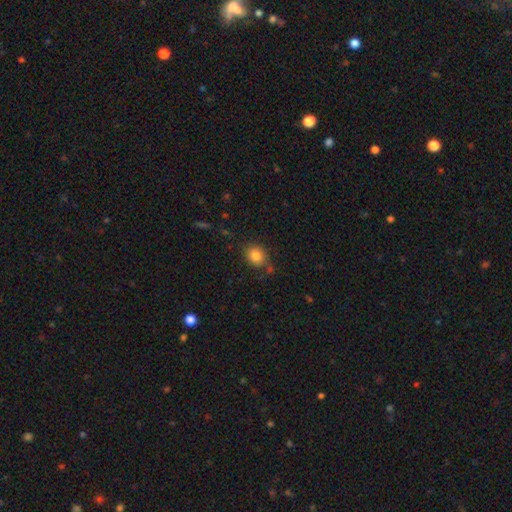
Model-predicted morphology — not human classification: This appears to be a smooth galaxy with no disk features (82%) that is round (65%). Merging: none (74%).